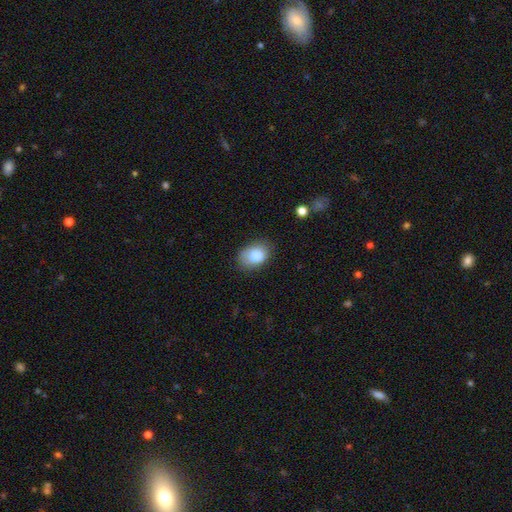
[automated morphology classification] This appears to be a smooth galaxy with no disk features (84%) that is in between round and cigar-shaped (76%). Merging: none (73%).